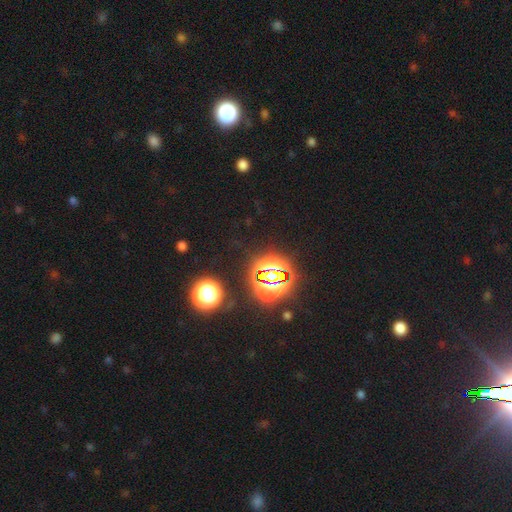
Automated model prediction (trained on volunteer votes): Q: Smooth or featured?
A: star or artifact (78%); runner-up: smooth (14%)